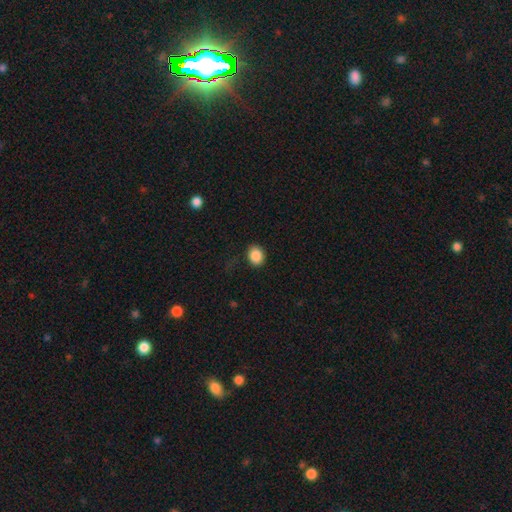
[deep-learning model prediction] Smooth or featured?
  - smooth: 87% *
  - star or artifact: 9%
  - featured or disk: 4%
How rounded?
  - round: 58% *
  - in between: 41%
  - cigar-shaped: 1%
Merging?
  - none: 84% *
  - minor disturbance: 12%
  - major disturbance: 3%
  - merger: 1%